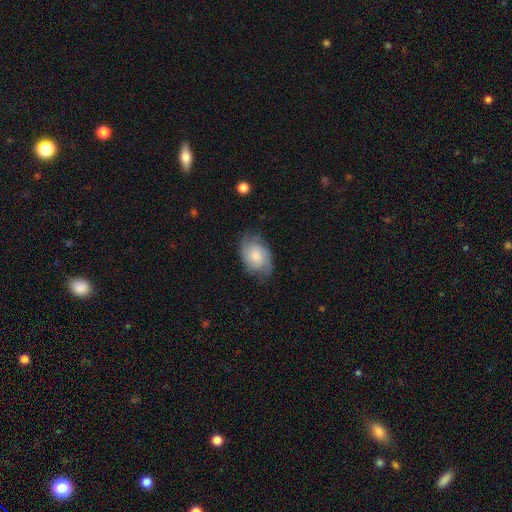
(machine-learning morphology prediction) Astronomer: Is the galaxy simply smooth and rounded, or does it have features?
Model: featured or disk — 54% (runner-up: smooth, 39%).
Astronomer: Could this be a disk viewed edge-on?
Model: no — 96%.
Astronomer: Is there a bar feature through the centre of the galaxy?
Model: no — 76%.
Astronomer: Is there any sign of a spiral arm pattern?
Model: yes — 88%.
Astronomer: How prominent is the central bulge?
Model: moderate — 41% (runner-up: small, 36%).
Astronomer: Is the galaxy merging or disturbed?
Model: none — 68%.